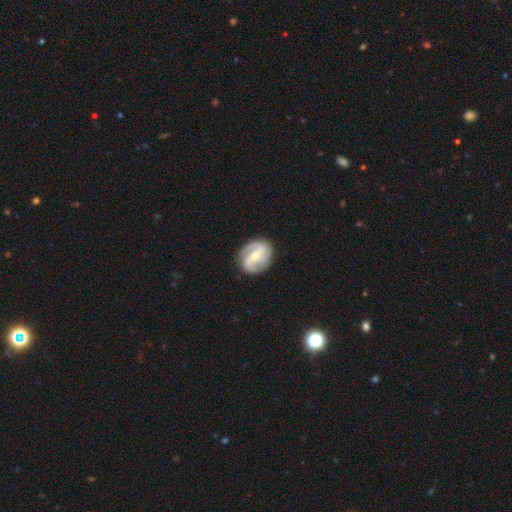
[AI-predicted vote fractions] A featured or disk galaxy (88%) with a weak bar (40%), 2 (54%) medium (49%) spiral arms (97%) and a moderate central bulge (56%).

Vote fractions:
- Smooth or featured? featured or disk: 88% / smooth: 8% / star or artifact: 4%
- Edge-on disk? no: 98% / yes: 2%
- Bar? weak: 40% / no: 37% / strong: 23%
- Spiral arms? yes: 97% / no: 3%
- Spiral winding? medium: 49% / tight: 33% / loose: 18%
- Spiral arm count? 2: 54% / 3: 31% / can't tell: 6% / 4: 3% / 1: 3% / more than 4: 3%
- Bulge size? moderate: 56% / small: 41% / large: 2% / none: 1% / dominant: 1%
- Merging? none: 84% / minor disturbance: 11% / major disturbance: 3% / merger: 1%